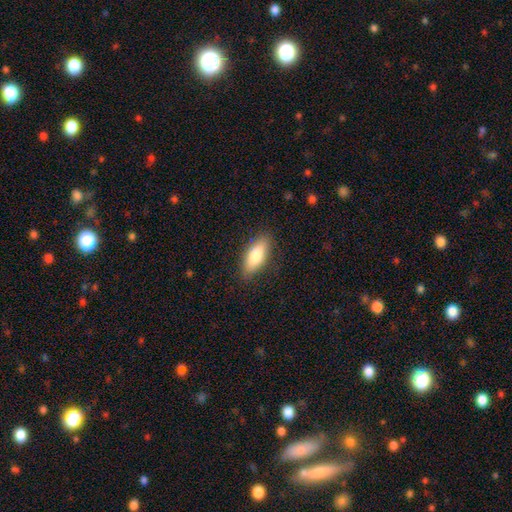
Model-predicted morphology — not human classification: Smooth or featured? smooth (81%)
How rounded? in between (78%)
Merging? none (86%)